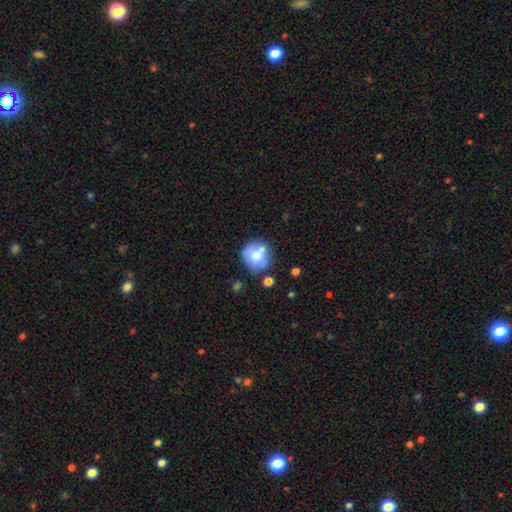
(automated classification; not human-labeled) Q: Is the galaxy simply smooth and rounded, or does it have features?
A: smooth — 68%.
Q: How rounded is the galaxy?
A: round — 84%.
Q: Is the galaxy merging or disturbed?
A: none — 58%.